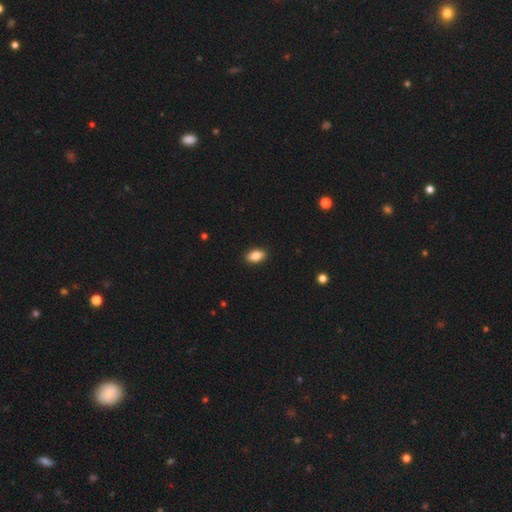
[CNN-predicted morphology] This is clearly a smooth galaxy (84%). How rounded: clearly in between (90%). Merging: clearly none (91%).